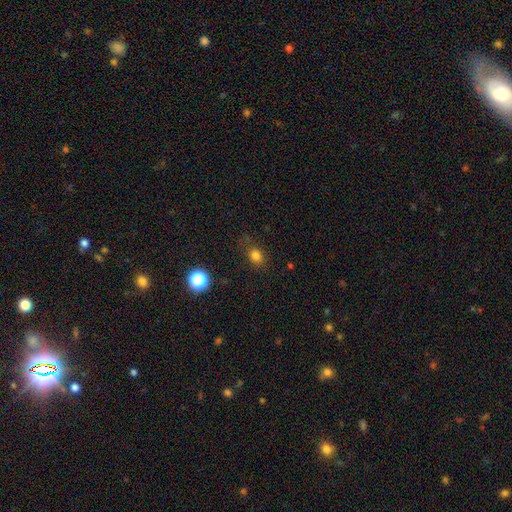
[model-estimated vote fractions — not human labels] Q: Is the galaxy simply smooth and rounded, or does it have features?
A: smooth — 79%.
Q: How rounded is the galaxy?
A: round — 53%.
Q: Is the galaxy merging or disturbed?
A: none — 79%.